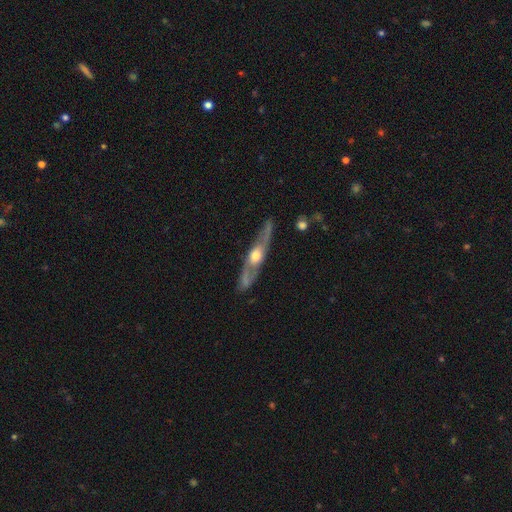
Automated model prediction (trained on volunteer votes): This appears to be a featured or disk galaxy (74%) viewed edge-on (69%) with a rounded central bulge (90%). Merging: none (78%).